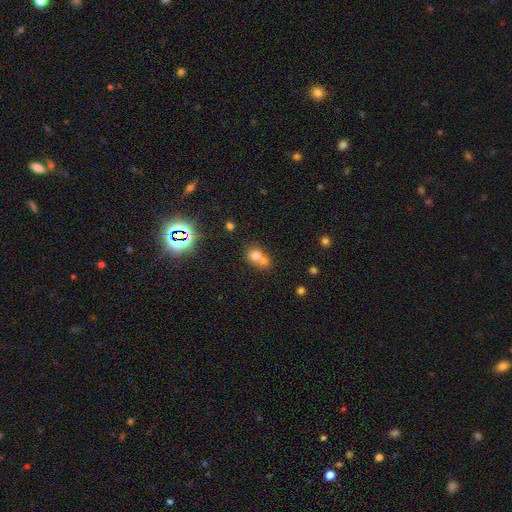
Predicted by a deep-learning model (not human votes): Morphology: type=smooth (71%); roundness=round (69%); merging=merger (59%).